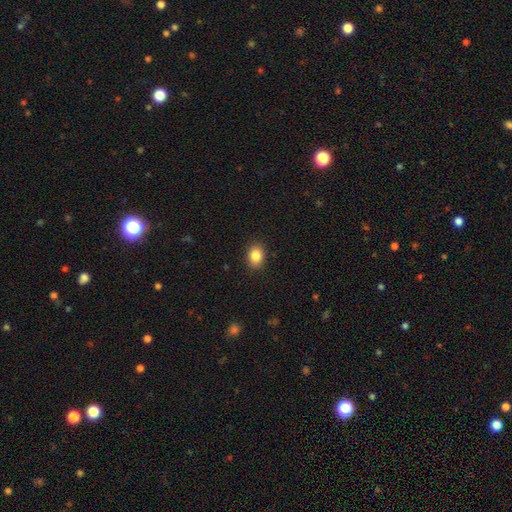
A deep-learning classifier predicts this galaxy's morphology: type=smooth (86%); roundness=in between (64%); merging=none (89%).